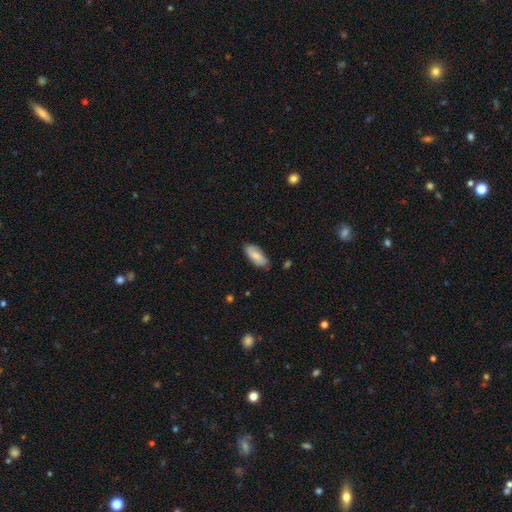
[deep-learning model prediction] Smooth or featured?
  - smooth: 75% *
  - featured or disk: 19%
  - star or artifact: 6%
How rounded?
  - in between: 86% *
  - cigar-shaped: 12%
  - round: 2%
Merging?
  - none: 78% *
  - minor disturbance: 18%
  - major disturbance: 3%
  - merger: 2%